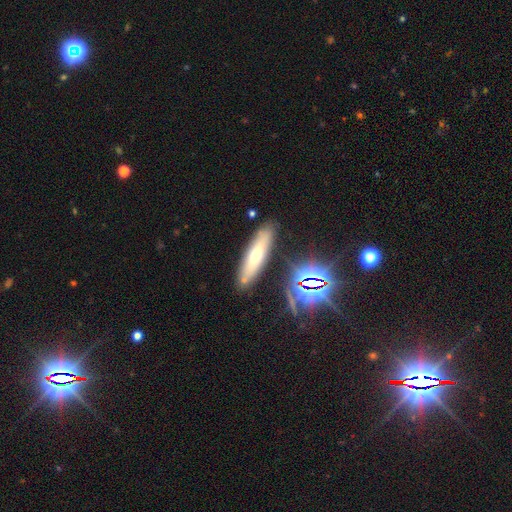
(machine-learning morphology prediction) smooth 50%, featured or disk 37%, star or artifact 14%. Down the decision tree: merging — none (83%).